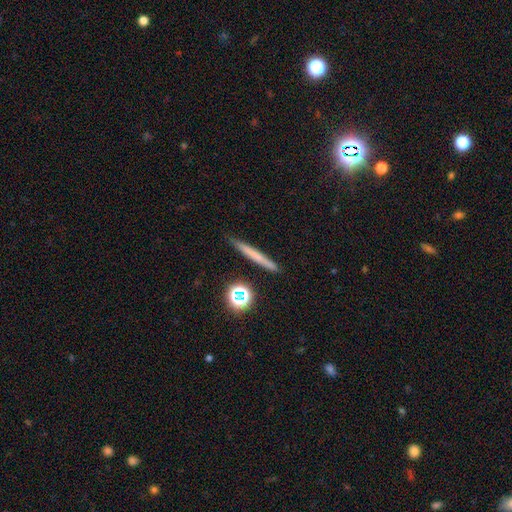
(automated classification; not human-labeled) Overall: smooth (56%; featured or disk 33%). How rounded: cigar-shaped (93%). Merging: none (88%).